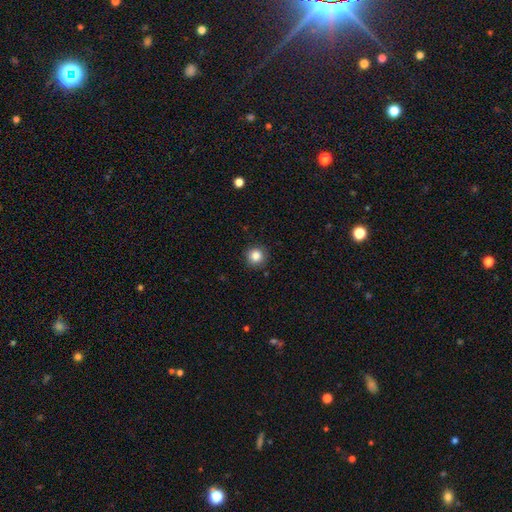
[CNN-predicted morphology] Smooth or featured?
  - smooth: 85% *
  - star or artifact: 11%
  - featured or disk: 4%
How rounded?
  - round: 94% *
  - in between: 5%
  - cigar-shaped: 1%
Merging?
  - none: 90% *
  - minor disturbance: 7%
  - major disturbance: 2%
  - merger: 1%